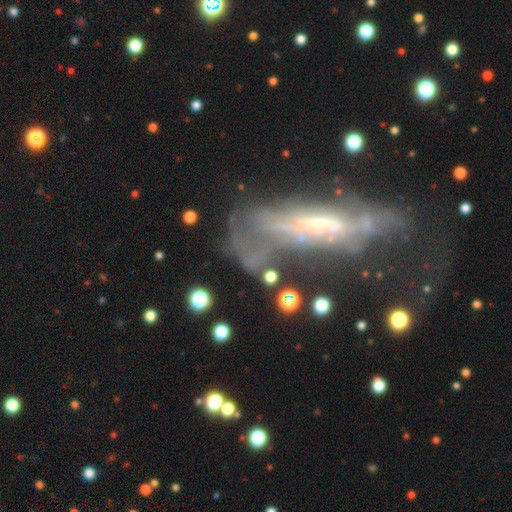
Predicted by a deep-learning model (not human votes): Smooth or featured: featured or disk — 66% (smooth — 20%)
Edge-on disk: no — 60% (yes — 40%)
Merging: major disturbance — 39% (none — 31%)